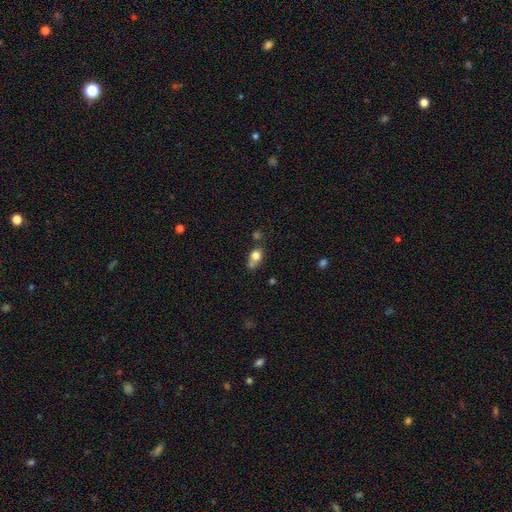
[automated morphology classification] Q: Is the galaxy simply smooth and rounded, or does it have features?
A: smooth — 76%.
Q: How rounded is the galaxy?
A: round — 56%.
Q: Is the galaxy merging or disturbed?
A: none — 43%.